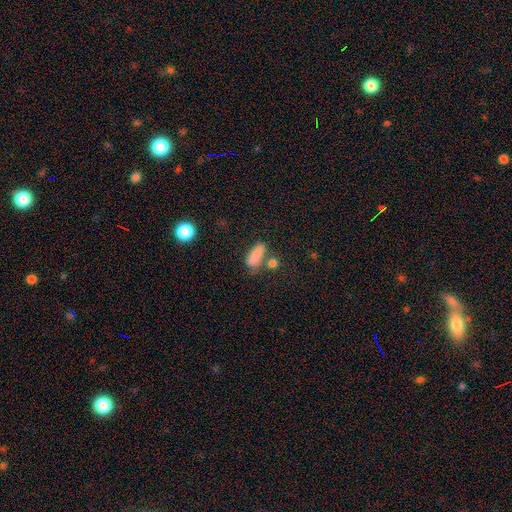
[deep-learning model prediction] Smooth or featured: smooth — 83% (star or artifact — 9%)
How rounded: in between — 62% (cigar-shaped — 30%)
Merging: none — 55% (minor disturbance — 19%)